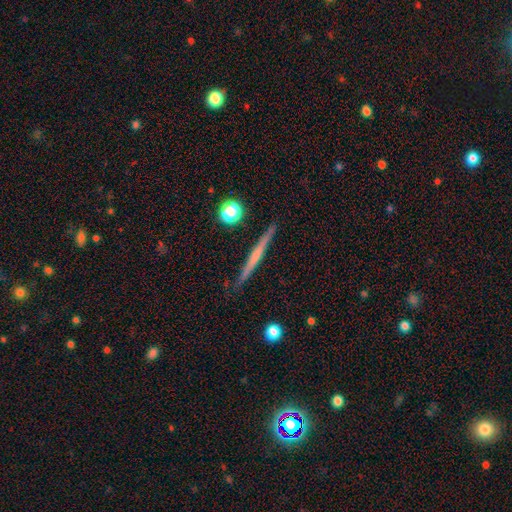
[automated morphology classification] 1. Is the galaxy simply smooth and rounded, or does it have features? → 58% featured or disk, 36% smooth, 7% star or artifact.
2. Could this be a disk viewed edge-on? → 97% yes, 3% no.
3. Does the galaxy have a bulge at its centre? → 65% none, 27% rounded, 7% boxy.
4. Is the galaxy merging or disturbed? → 89% none, 8% minor disturbance, 2% major disturbance, 1% merger.